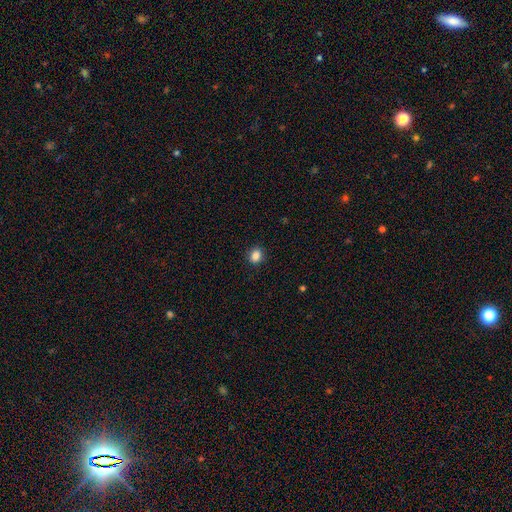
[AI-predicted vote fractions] Q: Smooth or featured?
A: smooth (86%); runner-up: star or artifact (10%)
Q: How rounded?
A: round (52%); runner-up: in between (47%)
Q: Merging?
A: none (89%); runner-up: minor disturbance (8%)